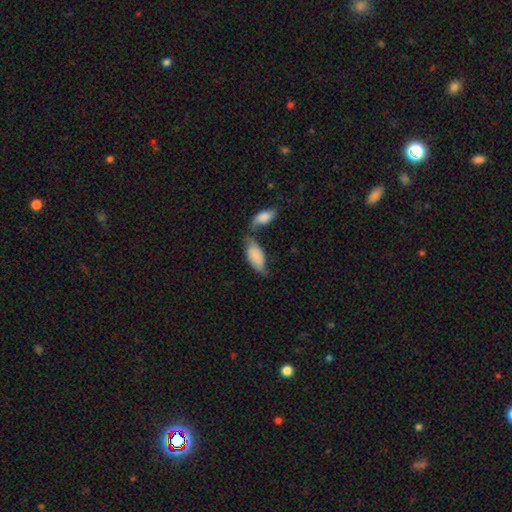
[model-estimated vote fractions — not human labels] Smooth or featured: smooth — 68% (featured or disk — 25%)
How rounded: in between — 90% (cigar-shaped — 8%)
Merging: merger — 37% (none — 30%)